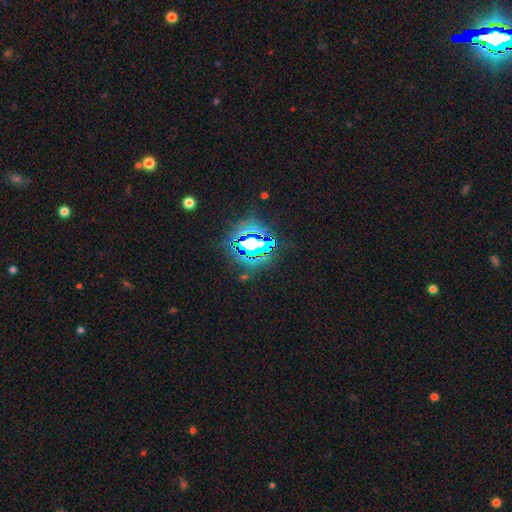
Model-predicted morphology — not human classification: smooth_or_featured: star or artifact (p=0.81) [alt: smooth p=0.11]